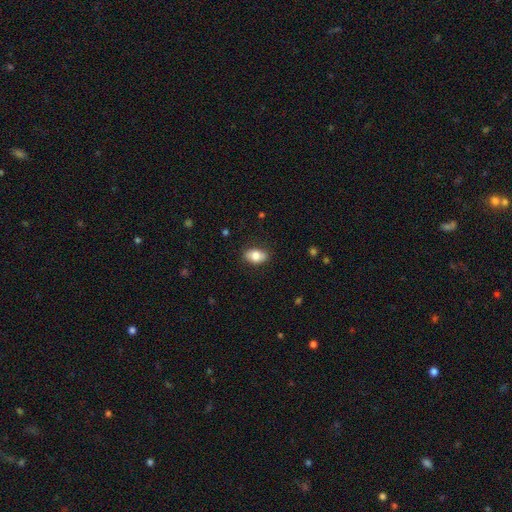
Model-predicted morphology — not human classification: smooth-or-featured: smooth: 80% | featured or disk: 13% | star or artifact: 7%
  how-rounded: in between: 88% | round: 10% | cigar-shaped: 3%
  merging: none: 84% | minor disturbance: 12% | major disturbance: 3% | merger: 1%